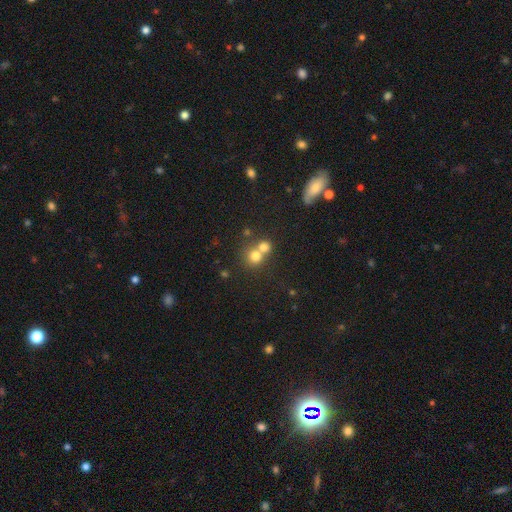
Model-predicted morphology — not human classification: The model was most divided on "merging": merger: 54%, none: 39%, minor disturbance: 5%, major disturbance: 3%. More confident: how rounded — round (85%); smooth or featured — smooth (74%).